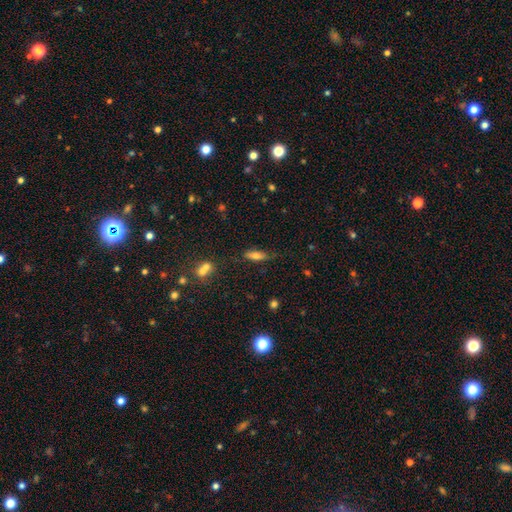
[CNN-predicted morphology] smooth_or_featured: smooth (p=0.70) [alt: featured or disk p=0.22]
how_rounded: in between (p=0.55) [alt: cigar-shaped p=0.42]
merging: none (p=0.73) [alt: minor disturbance p=0.18]